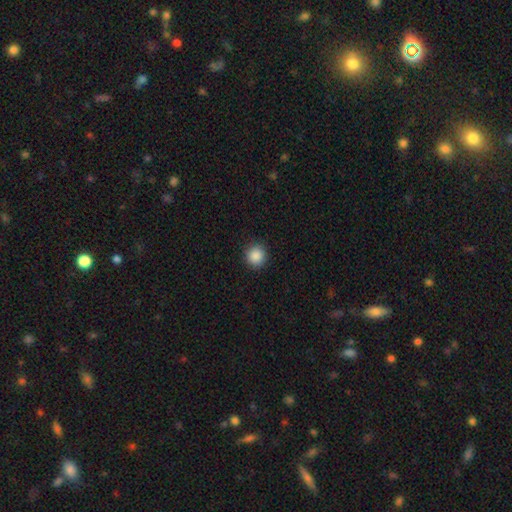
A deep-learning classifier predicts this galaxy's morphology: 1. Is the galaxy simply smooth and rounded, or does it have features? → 88% smooth, 9% star or artifact, 3% featured or disk.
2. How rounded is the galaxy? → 93% round, 6% in between, 1% cigar-shaped.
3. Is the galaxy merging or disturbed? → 91% none, 6% minor disturbance, 2% major disturbance, 1% merger.